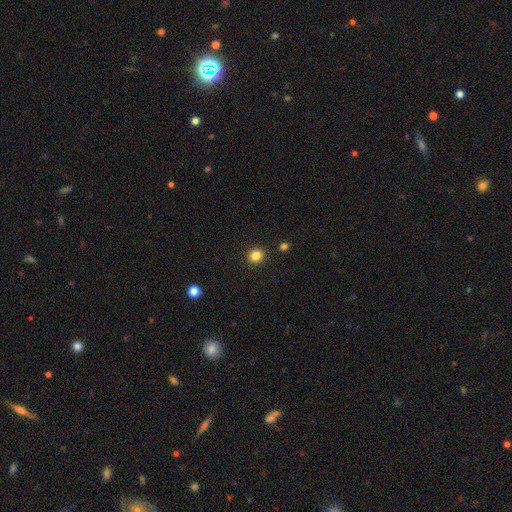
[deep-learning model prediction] smooth 84%, star or artifact 12%, featured or disk 4%. Down the decision tree: how rounded — round (87%); merging — none (91%).